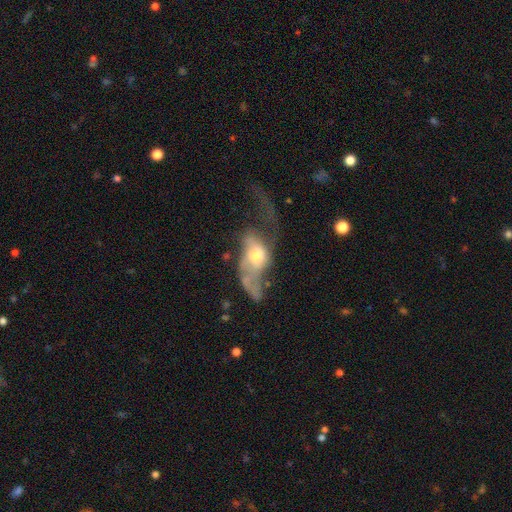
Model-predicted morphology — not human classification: featured or disk 55%, smooth 37%, star or artifact 8%. Down the decision tree: edge-on disk — no (91%); bar — no (77%); spiral arms — no (61%); bulge size — moderate (65%); merging — major disturbance (66%).